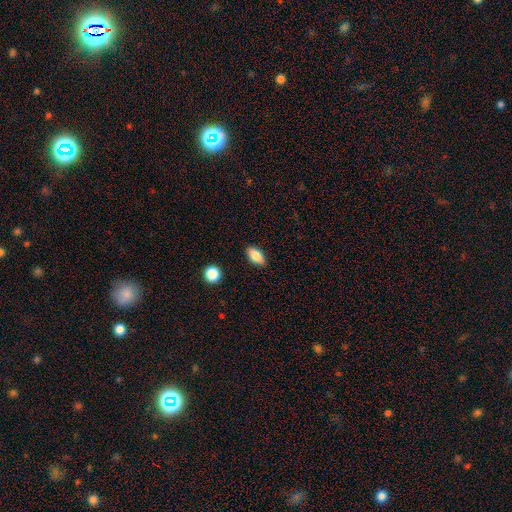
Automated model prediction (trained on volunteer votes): The model was most divided on "smooth or featured": smooth: 84%, featured or disk: 8%, star or artifact: 8%. More confident: how rounded — in between (89%); merging — none (87%).